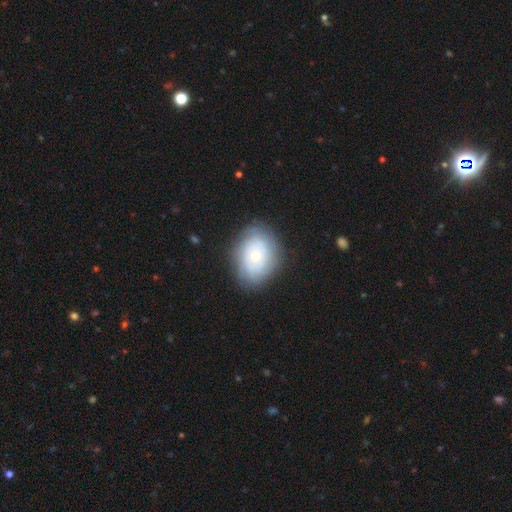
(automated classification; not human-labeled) Smooth or featured?
  - featured or disk: 48% *
  - smooth: 44%
  - star or artifact: 8%
Merging?
  - none: 78% *
  - minor disturbance: 16%
  - major disturbance: 5%
  - merger: 1%